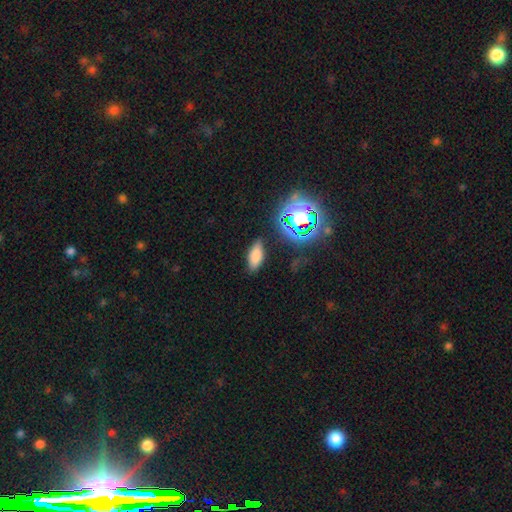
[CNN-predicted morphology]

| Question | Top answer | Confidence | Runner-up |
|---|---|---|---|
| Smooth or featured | smooth | 73% | star or artifact (18%) |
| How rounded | in between | 84% | cigar-shaped (12%) |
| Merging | none | 83% | minor disturbance (12%) |